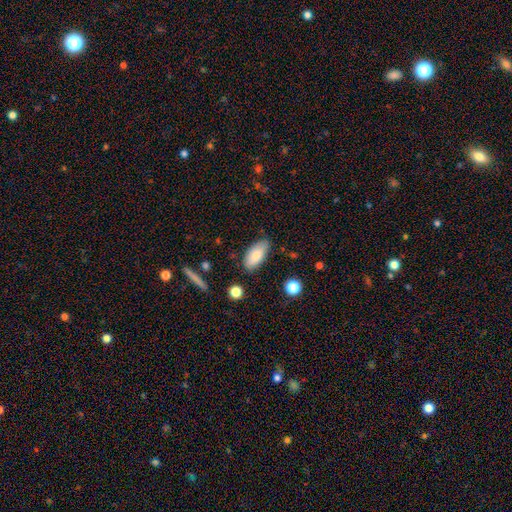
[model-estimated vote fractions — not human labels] This appears to be a smooth galaxy with no disk features (82%) that is in between round and cigar-shaped (90%). Merging: none (79%).